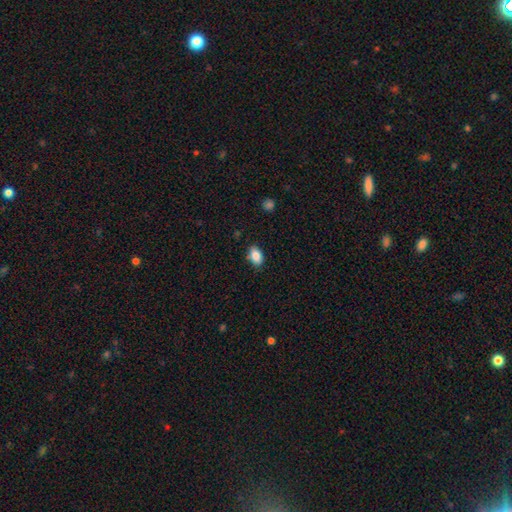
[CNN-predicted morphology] This is clearly a smooth galaxy (86%). How rounded: clearly in between (88%). Merging: clearly none (81%).